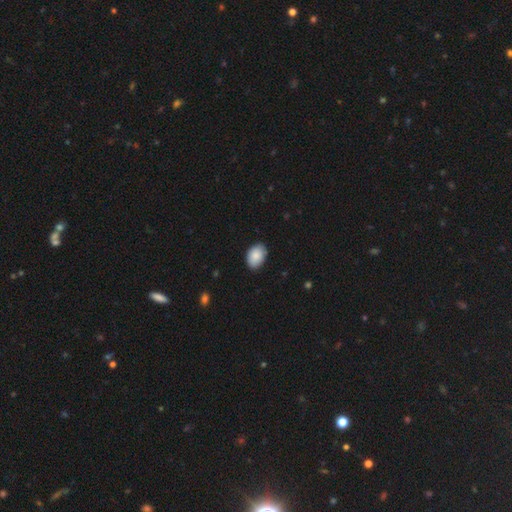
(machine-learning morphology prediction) Smooth or featured? smooth (88%)
How rounded? in between (84%)
Merging? none (85%)